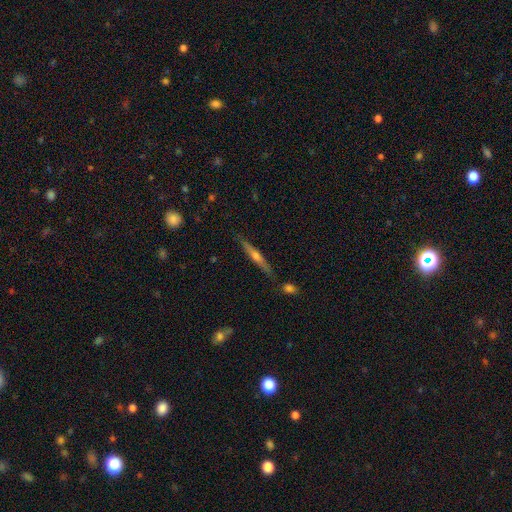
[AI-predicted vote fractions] featured or disk 71%, smooth 22%, star or artifact 7%. Down the decision tree: edge-on disk — yes (97%); edge-on bulge — rounded (86%); merging — none (86%).